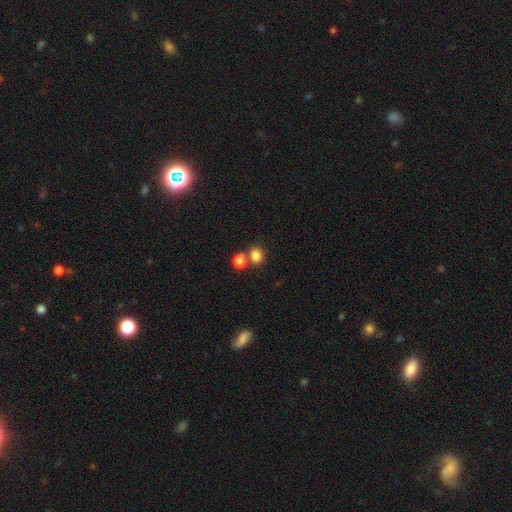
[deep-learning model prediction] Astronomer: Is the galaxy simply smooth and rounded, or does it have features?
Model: smooth — 82%.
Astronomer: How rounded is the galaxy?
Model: round — 67%.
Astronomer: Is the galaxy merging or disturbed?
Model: none — 61%.